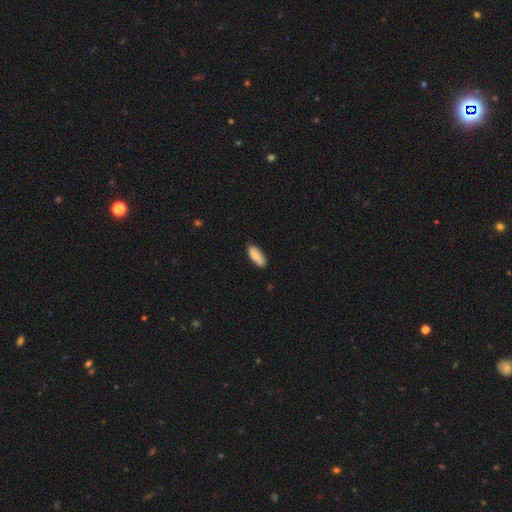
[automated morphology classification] type=smooth (87%); roundness=in between (78%); merging=none (84%).